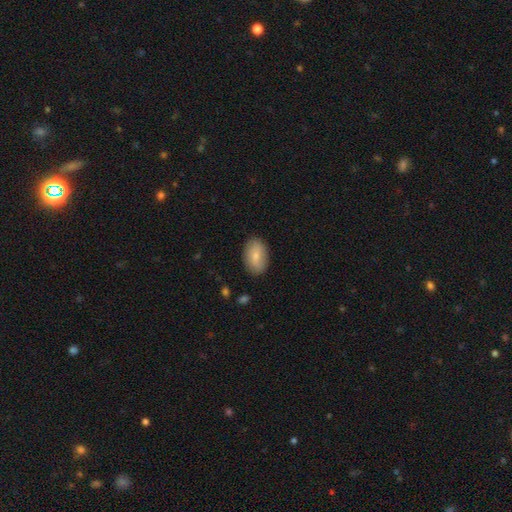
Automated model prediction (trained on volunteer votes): The model was most divided on "smooth or featured": smooth: 78%, featured or disk: 16%, star or artifact: 7%. More confident: how rounded — in between (90%); merging — none (86%).